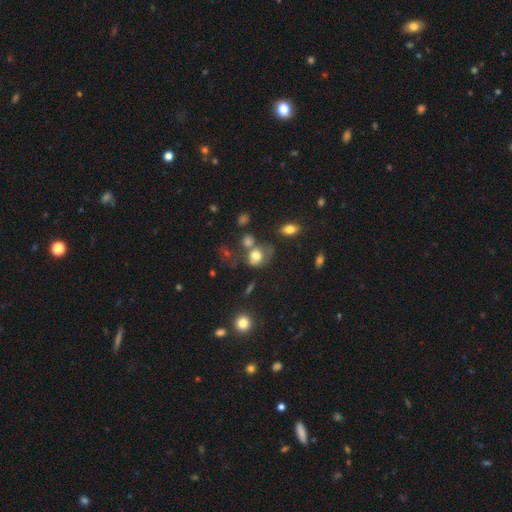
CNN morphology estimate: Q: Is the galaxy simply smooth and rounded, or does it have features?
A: smooth — 70%.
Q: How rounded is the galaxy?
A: round — 53%.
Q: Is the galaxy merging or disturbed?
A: none — 37%.